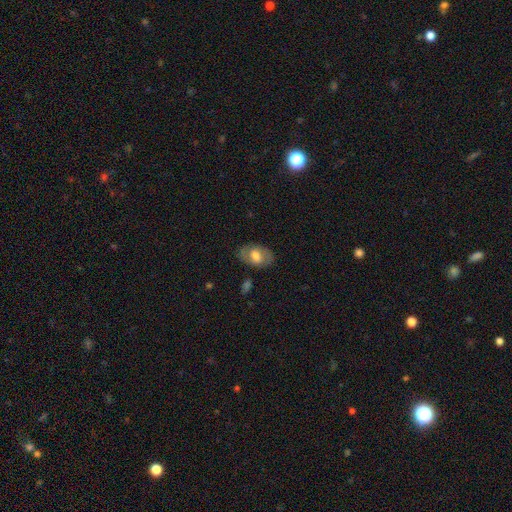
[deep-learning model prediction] A smooth galaxy with no disk features (55%) that is in between round and cigar-shaped (88%). Merging: none (78%).